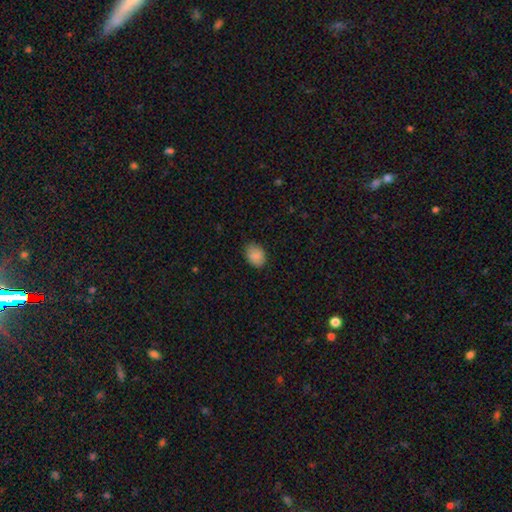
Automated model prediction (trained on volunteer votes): smooth 87%, star or artifact 8%, featured or disk 5%. Down the decision tree: how rounded — in between (69%); merging — none (83%).